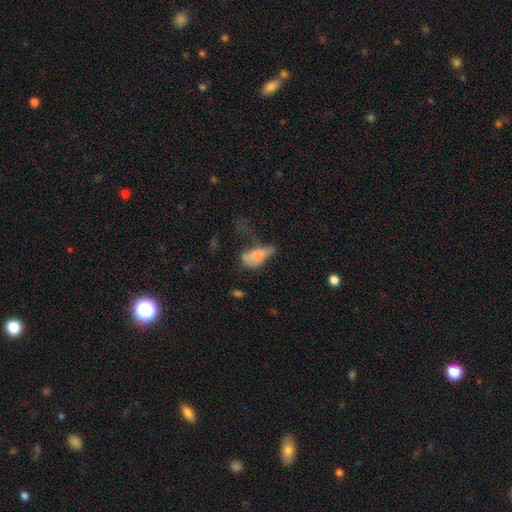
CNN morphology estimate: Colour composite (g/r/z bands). It shows a smooth galaxy with no disk features (66%) that is in between round and cigar-shaped (82%). Merging: major disturbance (48%).